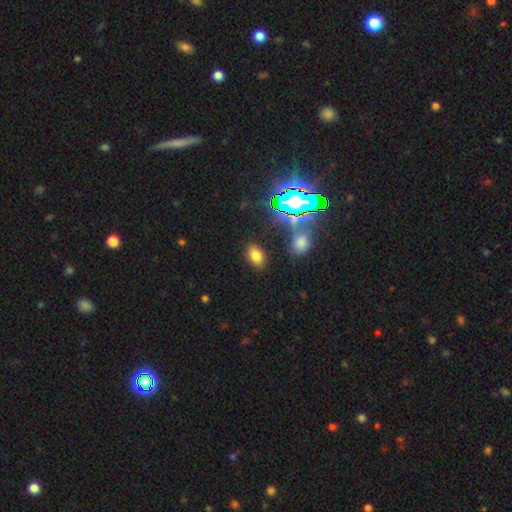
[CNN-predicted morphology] Smooth or featured?
  - smooth: 71% *
  - star or artifact: 21%
  - featured or disk: 8%
How rounded?
  - in between: 85% *
  - round: 14%
  - cigar-shaped: 2%
Merging?
  - none: 85% *
  - minor disturbance: 9%
  - major disturbance: 3%
  - merger: 2%